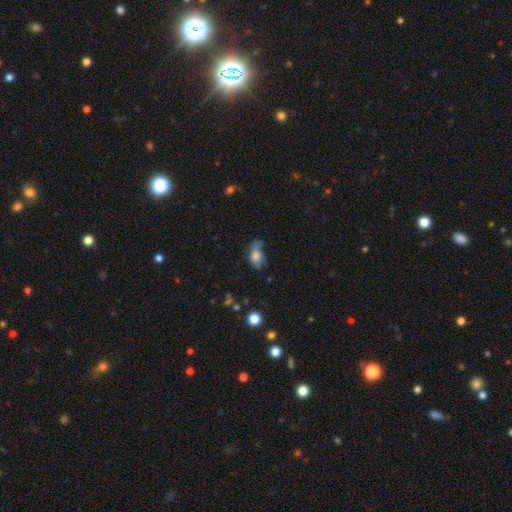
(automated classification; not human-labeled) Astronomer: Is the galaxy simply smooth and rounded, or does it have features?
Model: smooth — 70%.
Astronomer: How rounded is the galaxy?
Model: in between — 86%.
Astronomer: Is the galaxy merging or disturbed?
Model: none — 41% (runner-up: minor disturbance, 35%).